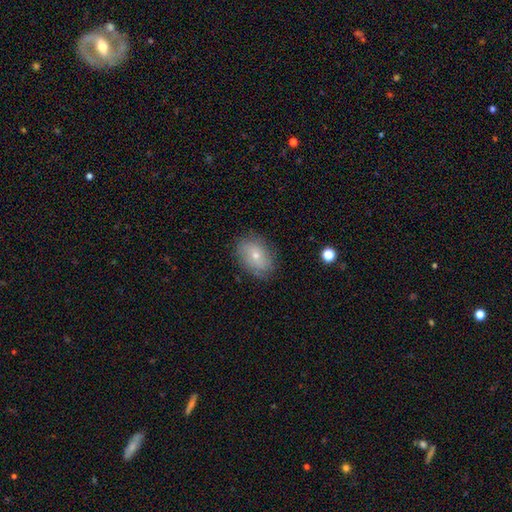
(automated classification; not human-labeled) The model was most divided on "smooth or featured": smooth: 62%, featured or disk: 29%, star or artifact: 9%. More confident: merging — none (80%); how rounded — in between (80%).